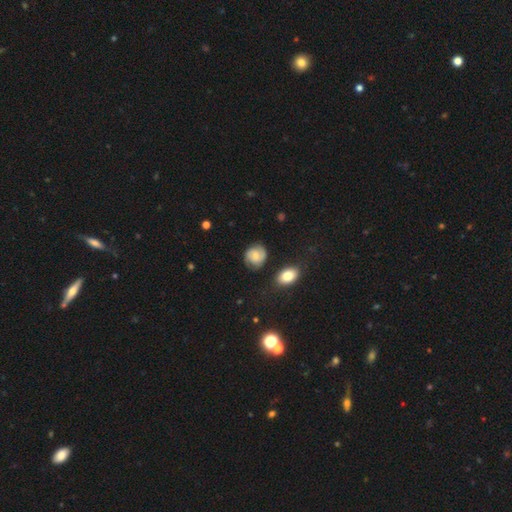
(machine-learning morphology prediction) Overall: featured or disk (59%; smooth 32%). Edge-on disk: no (97%). Bar: no (65%; weak 30%). Spiral arms: yes (92%). Spiral arm count: 2 (80%). Spiral winding: tight (47%; medium 41%). Bulge size: small (55%; moderate 33%). Merging: none (75%).